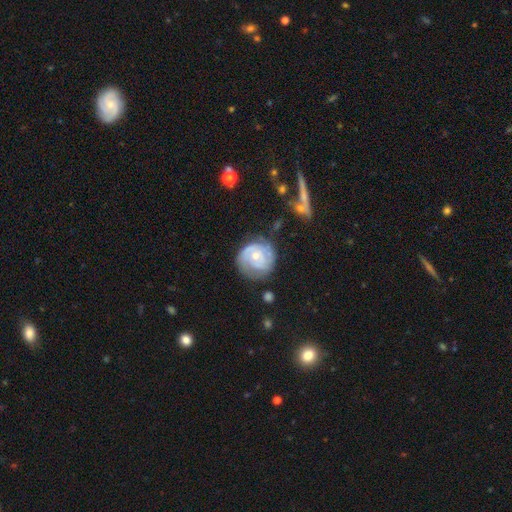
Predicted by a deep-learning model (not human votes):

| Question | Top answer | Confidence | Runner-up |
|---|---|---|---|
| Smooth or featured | featured or disk | 69% | smooth (25%) |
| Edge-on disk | no | 98% | yes (2%) |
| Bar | no | 77% | weak (19%) |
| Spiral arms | yes | 82% | no (18%) |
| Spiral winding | tight | 59% | medium (30%) |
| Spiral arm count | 2 | 41% | can't tell (33%) |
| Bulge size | small | 56% | moderate (40%) |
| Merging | none | 62% | minor disturbance (24%) |